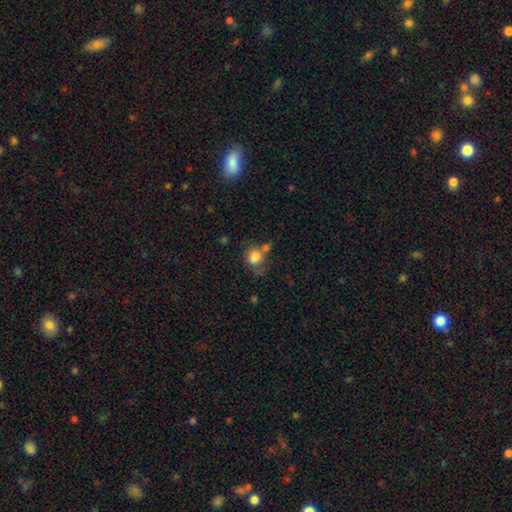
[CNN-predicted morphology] Smooth or featured: smooth — 77% (featured or disk — 11%)
How rounded: round — 61% (in between — 38%)
Merging: none — 40% (merger — 26%)